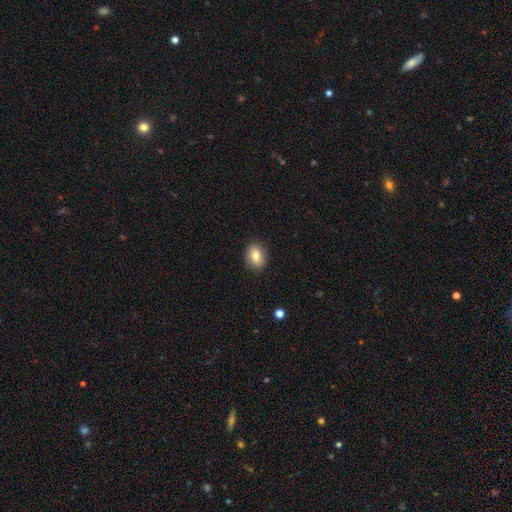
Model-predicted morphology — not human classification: This is likely a smooth galaxy (79%). How rounded: likely in between (63%). Merging: clearly none (88%).